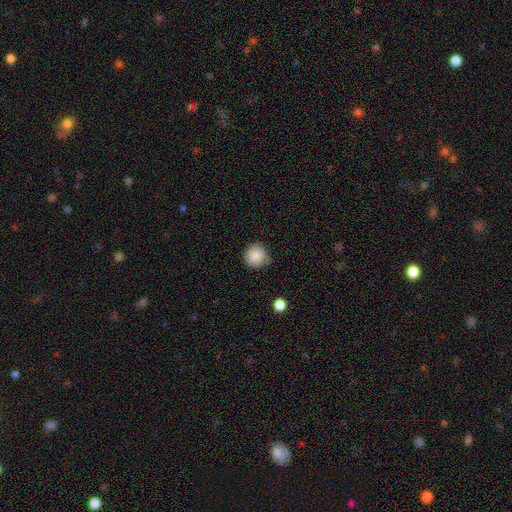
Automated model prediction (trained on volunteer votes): smooth 86%, star or artifact 9%, featured or disk 5%. Down the decision tree: how rounded — round (93%); merging — none (77%).